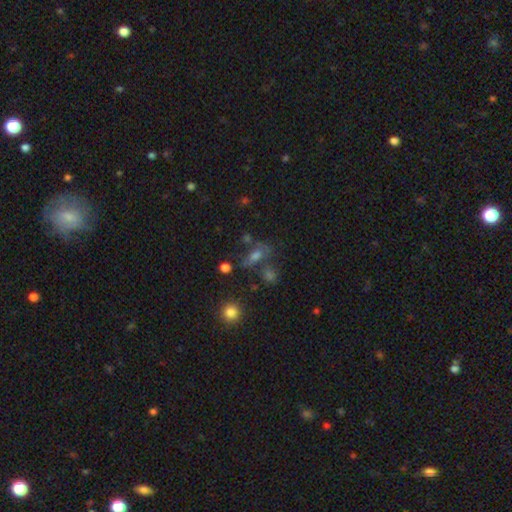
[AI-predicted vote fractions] smooth_or_featured: smooth (p=0.41) [alt: featured or disk p=0.30]
merging: none (p=0.50) [alt: merger p=0.20]